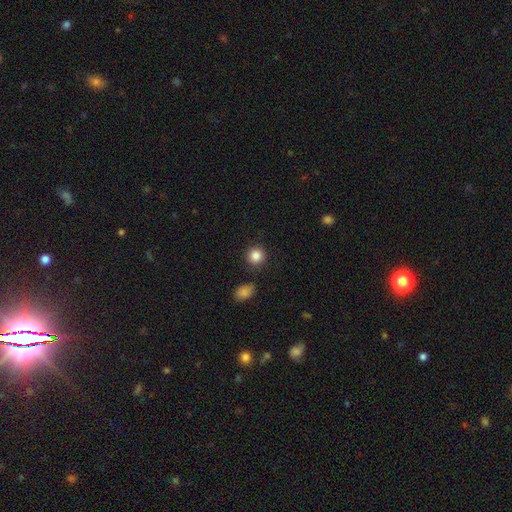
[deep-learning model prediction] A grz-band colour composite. It shows a smooth galaxy with no disk features (87%) that is round (91%). Merging: none (86%).